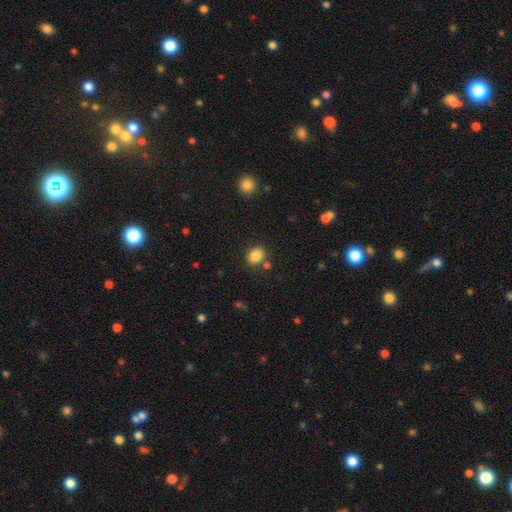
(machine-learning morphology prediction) This is clearly a smooth galaxy (84%). How rounded: possibly round (57%). Merging: likely none (77%).